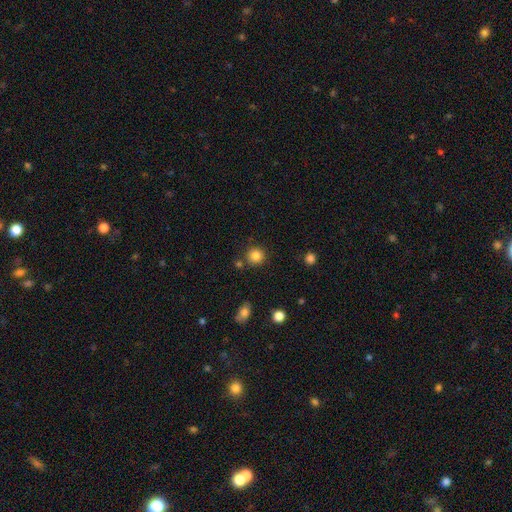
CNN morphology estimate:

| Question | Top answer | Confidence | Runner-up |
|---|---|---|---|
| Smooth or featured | smooth | 84% | star or artifact (11%) |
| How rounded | round | 92% | in between (7%) |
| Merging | none | 84% | minor disturbance (8%) |